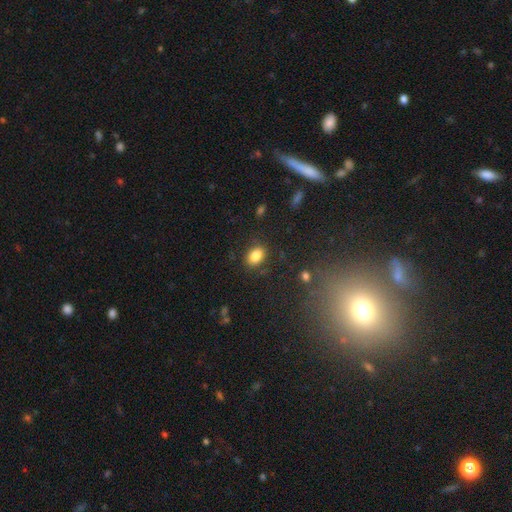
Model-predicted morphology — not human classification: Smooth or featured: smooth — 85% (star or artifact — 9%)
How rounded: in between — 81% (round — 17%)
Merging: none — 84% (minor disturbance — 11%)